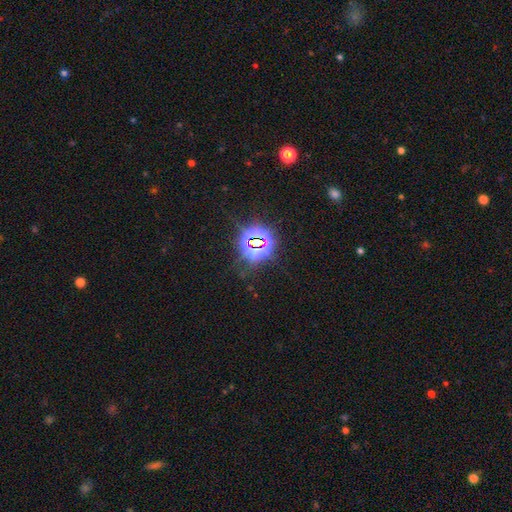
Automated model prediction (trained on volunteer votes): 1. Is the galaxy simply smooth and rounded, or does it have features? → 80% star or artifact, 12% smooth, 7% featured or disk.